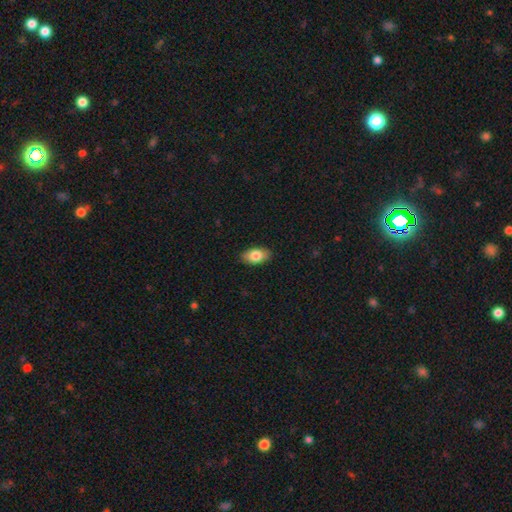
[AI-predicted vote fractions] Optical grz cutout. It shows a smooth galaxy with no disk features (82%) that is in between round and cigar-shaped (93%). Merging: none (88%).